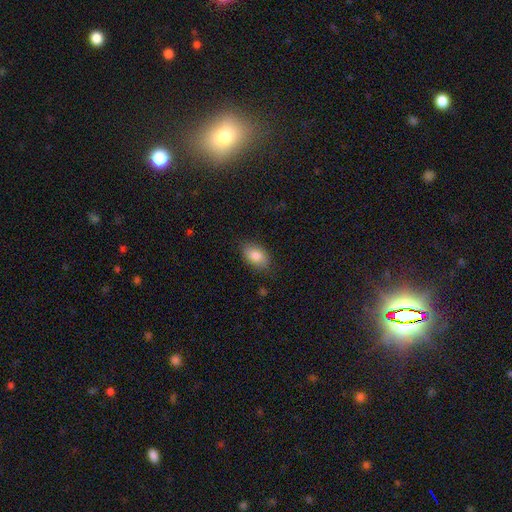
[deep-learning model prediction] Smooth or featured?
  - smooth: 82% *
  - featured or disk: 10%
  - star or artifact: 7%
How rounded?
  - in between: 90% *
  - round: 8%
  - cigar-shaped: 2%
Merging?
  - none: 82% *
  - minor disturbance: 14%
  - major disturbance: 3%
  - merger: 1%